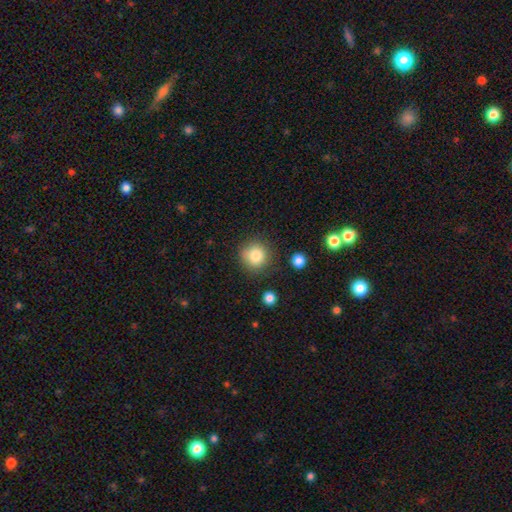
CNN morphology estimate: A smooth galaxy with no disk features (83%) that is round (92%).

Vote fractions:
- Smooth or featured? smooth: 83% / star or artifact: 10% / featured or disk: 7%
- How rounded? round: 92% / in between: 7% / cigar-shaped: 1%
- Merging? none: 82% / minor disturbance: 11% / major disturbance: 3% / merger: 3%